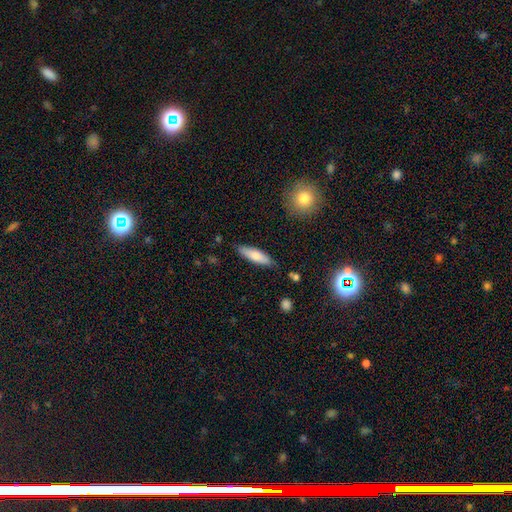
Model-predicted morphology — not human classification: Overall: smooth (73%). How rounded: cigar-shaped (57%; in between 41%). Merging: none (82%).